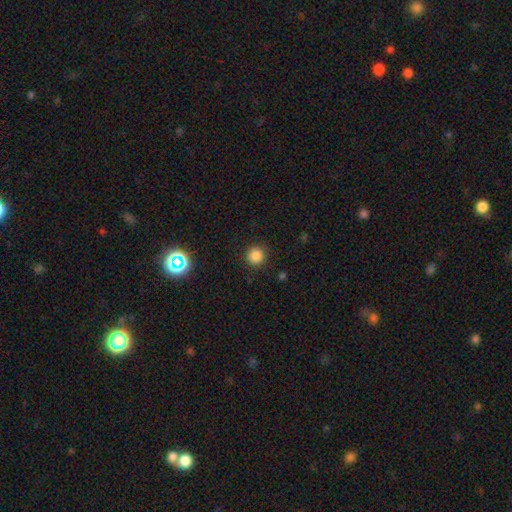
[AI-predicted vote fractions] A smooth galaxy with no disk features (84%) that is round (95%). Merging: none (90%).